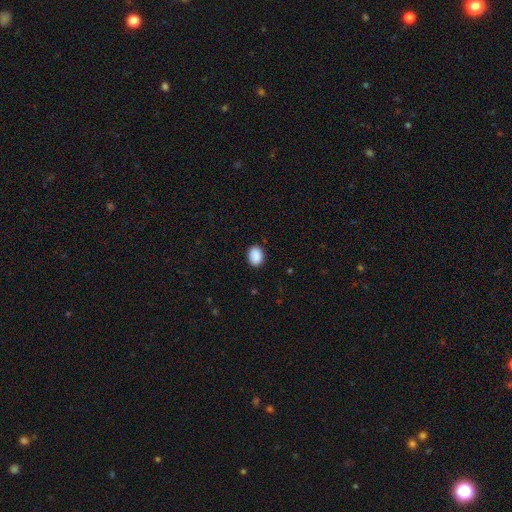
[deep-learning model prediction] smooth-or-featured: smooth: 90% | star or artifact: 7% | featured or disk: 2%
  how-rounded: in between: 67% | round: 32% | cigar-shaped: 1%
  merging: none: 89% | minor disturbance: 8% | major disturbance: 2% | merger: 1%